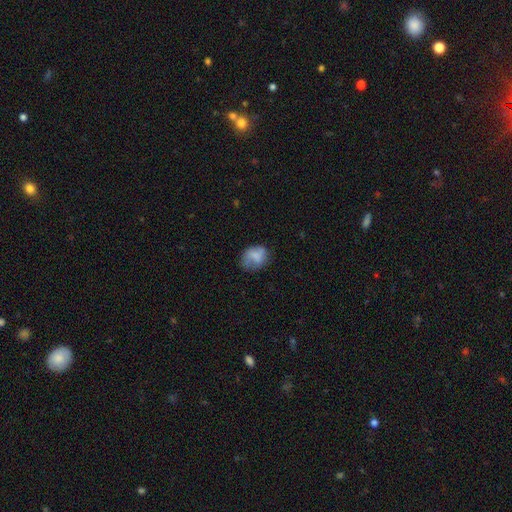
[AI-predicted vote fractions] A smooth galaxy with no disk features (69%) that is round (51%).

Vote fractions:
- Smooth or featured? smooth: 69% / featured or disk: 22% / star or artifact: 9%
- How rounded? round: 51% / in between: 48% / cigar-shaped: 1%
- Merging? none: 54% / minor disturbance: 29% / major disturbance: 14% / merger: 3%